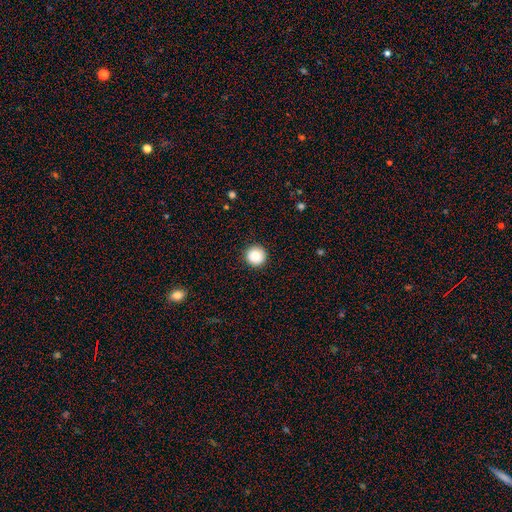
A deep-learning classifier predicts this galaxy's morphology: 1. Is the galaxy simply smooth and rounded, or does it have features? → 80% smooth, 11% featured or disk, 10% star or artifact.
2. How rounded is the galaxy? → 97% round, 2% in between, 1% cigar-shaped.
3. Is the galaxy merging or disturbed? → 93% none, 5% minor disturbance, 2% major disturbance, 1% merger.